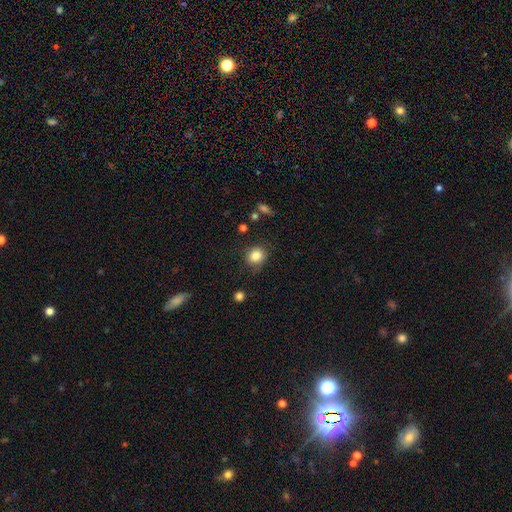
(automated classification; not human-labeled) smooth_or_featured: smooth (p=0.85) [alt: star or artifact p=0.10]
how_rounded: round (p=0.76) [alt: in between p=0.23]
merging: none (p=0.80) [alt: minor disturbance p=0.14]